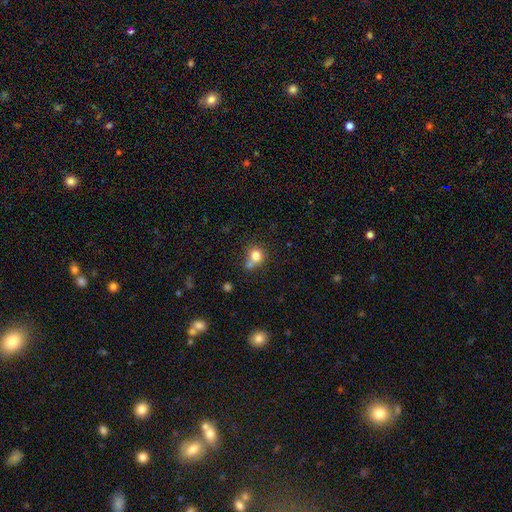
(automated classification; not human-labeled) Smooth or featured: smooth — 79% (star or artifact — 12%)
How rounded: round — 81% (in between — 18%)
Merging: none — 49% (merger — 31%)